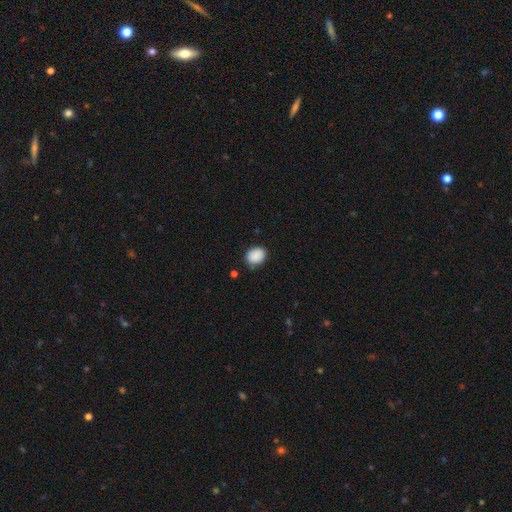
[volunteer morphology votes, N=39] Volunteers were most divided on "how rounded": round: 51%, in between: 49%, cigar-shaped: 0%. More confident: smooth or featured — smooth (95%); merging — none (76%).